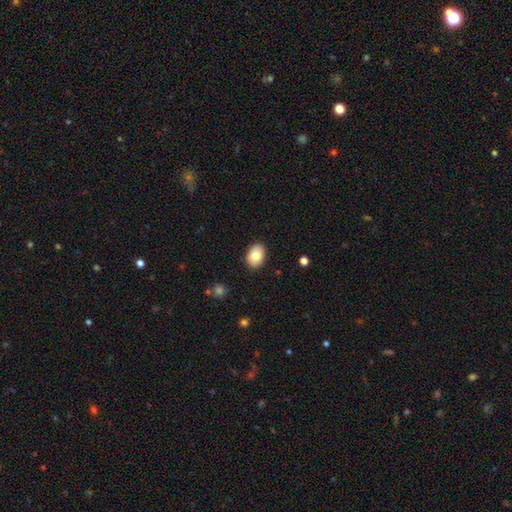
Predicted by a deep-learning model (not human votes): Morphology: type=smooth (81%); roundness=in between (80%); merging=none (89%).